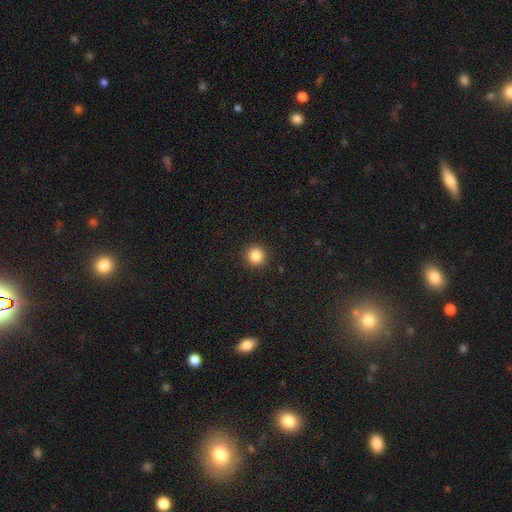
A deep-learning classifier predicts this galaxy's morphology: Smooth or featured: smooth — 85% (star or artifact — 11%)
How rounded: round — 95% (in between — 4%)
Merging: none — 93% (minor disturbance — 5%)